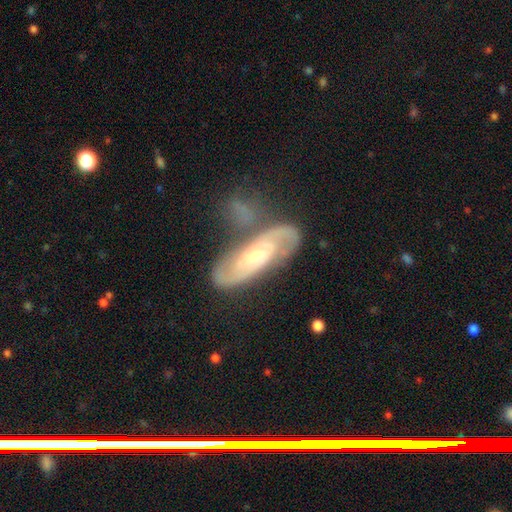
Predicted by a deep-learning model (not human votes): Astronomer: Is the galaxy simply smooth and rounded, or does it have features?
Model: featured or disk — 81%.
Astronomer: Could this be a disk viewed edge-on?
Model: no — 91%.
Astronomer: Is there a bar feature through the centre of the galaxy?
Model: no — 49% (runner-up: weak, 36%).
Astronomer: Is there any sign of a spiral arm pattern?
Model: yes — 94%.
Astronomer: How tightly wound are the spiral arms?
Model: medium — 44% (runner-up: tight, 40%).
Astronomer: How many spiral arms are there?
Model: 2 — 83%.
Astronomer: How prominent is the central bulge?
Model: small — 55% (runner-up: moderate, 39%).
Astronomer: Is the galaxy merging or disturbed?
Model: none — 54%.